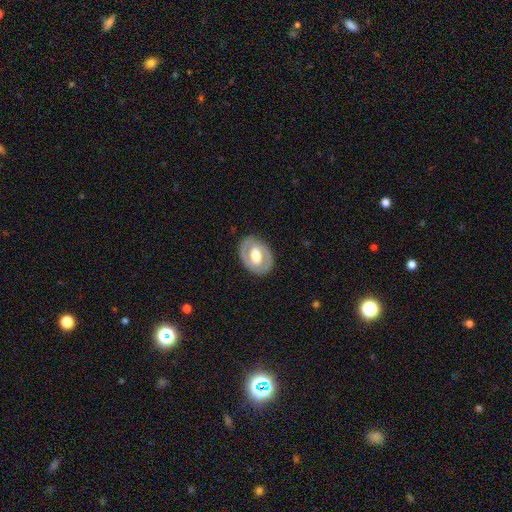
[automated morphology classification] A featured or disk galaxy (64%) with no bar (48%), no spiral arms (59%) and a moderate central bulge (52%). Merging: none (85%).